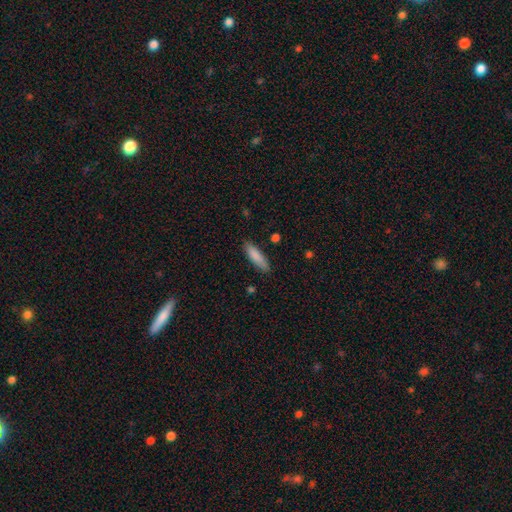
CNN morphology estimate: Smooth or featured? Predicted: smooth (p=0.85). How rounded? Predicted: cigar-shaped (p=0.63). Merging? Predicted: none (p=0.85).